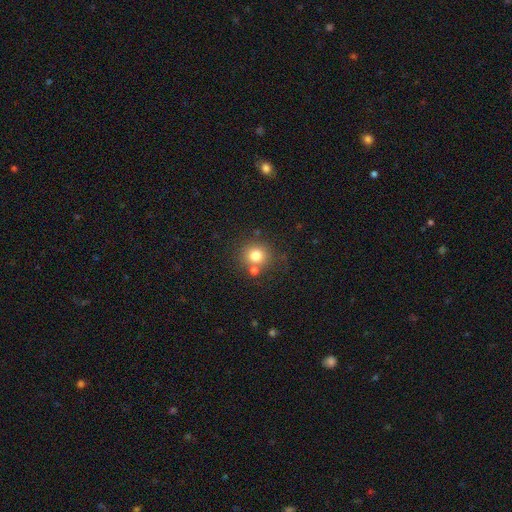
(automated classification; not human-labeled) smooth-or-featured: smooth: 78% | star or artifact: 13% | featured or disk: 9%
  how-rounded: round: 90% | in between: 9% | cigar-shaped: 1%
  merging: none: 71% | merger: 16% | minor disturbance: 10% | major disturbance: 3%